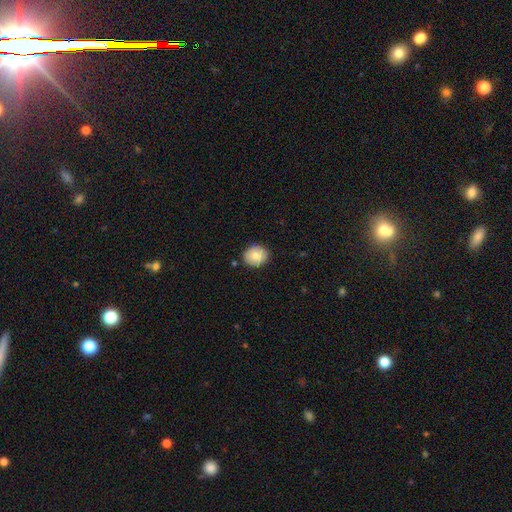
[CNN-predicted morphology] smooth 82%, featured or disk 11%, star or artifact 8%. Down the decision tree: how rounded — round (77%); merging — none (87%).